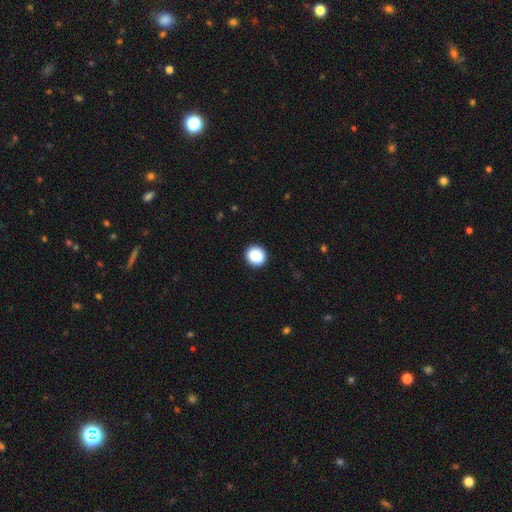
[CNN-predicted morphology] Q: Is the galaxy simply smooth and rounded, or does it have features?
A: smooth — 89%.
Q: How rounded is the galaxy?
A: round — 91%.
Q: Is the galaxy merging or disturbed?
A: none — 92%.